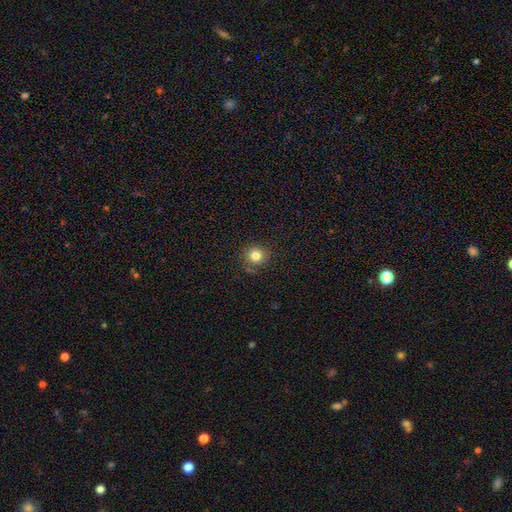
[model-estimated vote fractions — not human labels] Smooth or featured? Predicted: smooth (p=0.80). How rounded? Predicted: round (p=0.92). Merging? Predicted: none (p=0.83).